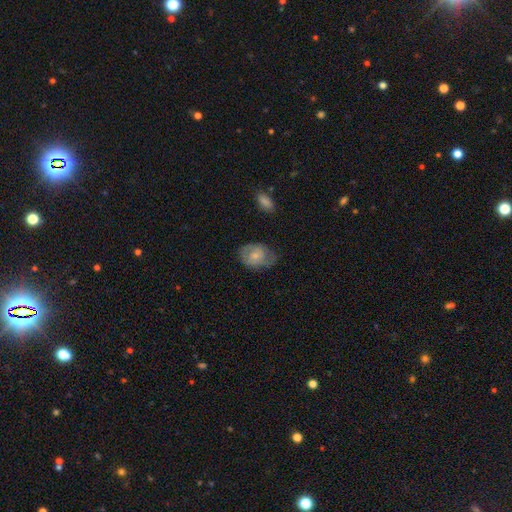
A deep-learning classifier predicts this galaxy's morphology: Overall: smooth (53%; featured or disk 40%). How rounded: in between (73%). Merging: none (58%; minor disturbance 28%).